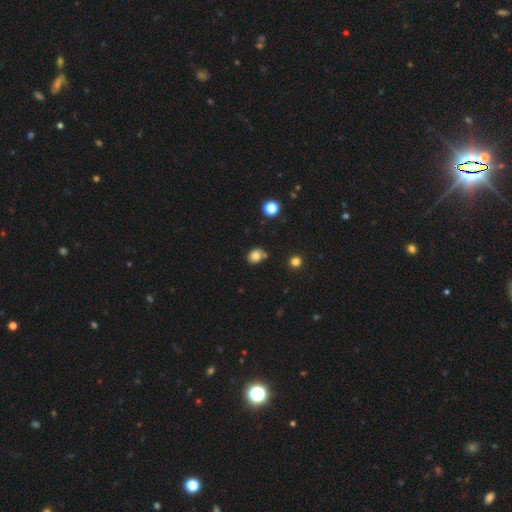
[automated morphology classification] smooth-or-featured: smooth: 81% | star or artifact: 12% | featured or disk: 7%
  how-rounded: in between: 53% | round: 46% | cigar-shaped: 1%
  merging: none: 67% | minor disturbance: 19% | merger: 10% | major disturbance: 4%